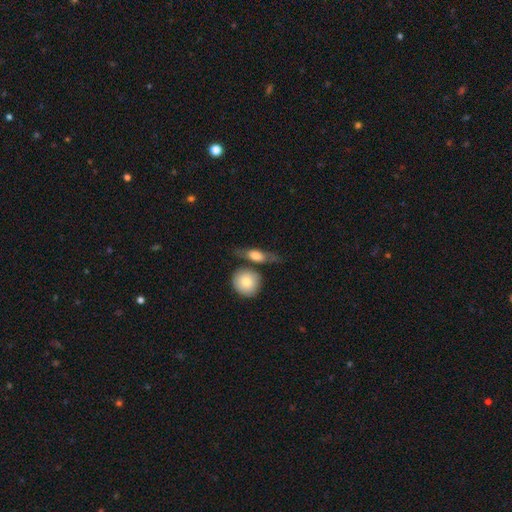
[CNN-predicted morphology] Smooth or featured? smooth (65%)
How rounded? in between (60%)
Merging? none (55%)